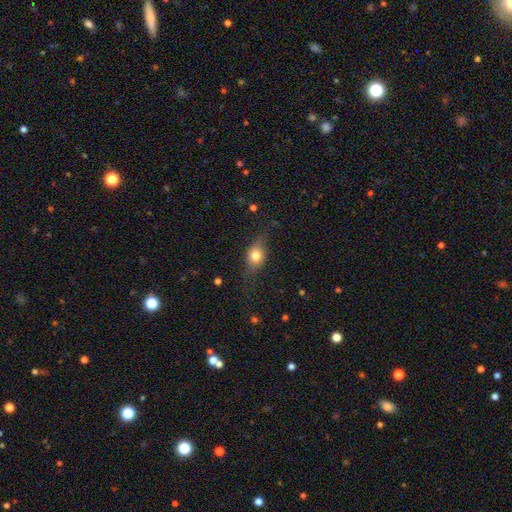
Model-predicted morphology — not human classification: smooth 71%, featured or disk 20%, star or artifact 9%. Down the decision tree: how rounded — in between (63%); merging — none (70%).